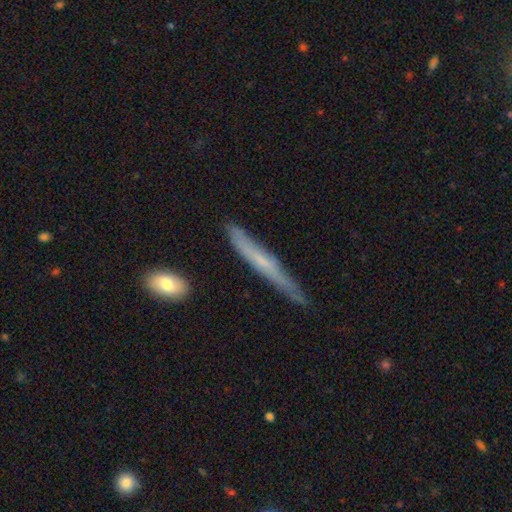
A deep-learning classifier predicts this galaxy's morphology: Overall: featured or disk (52%; smooth 40%). Edge-on disk: yes (92%). Merging: none (83%).